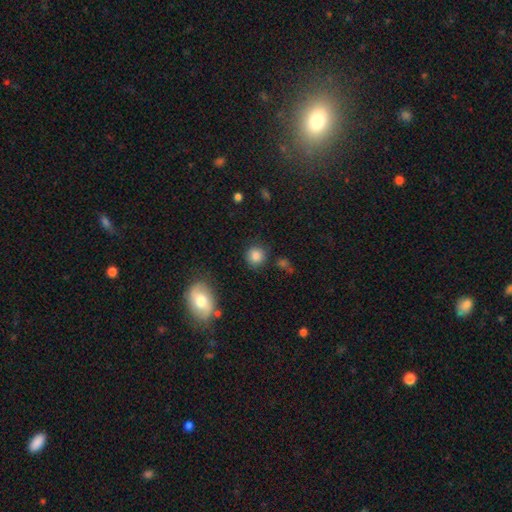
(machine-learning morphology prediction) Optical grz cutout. It shows a smooth galaxy with no disk features (84%) that is round (88%). Merging: none (82%).